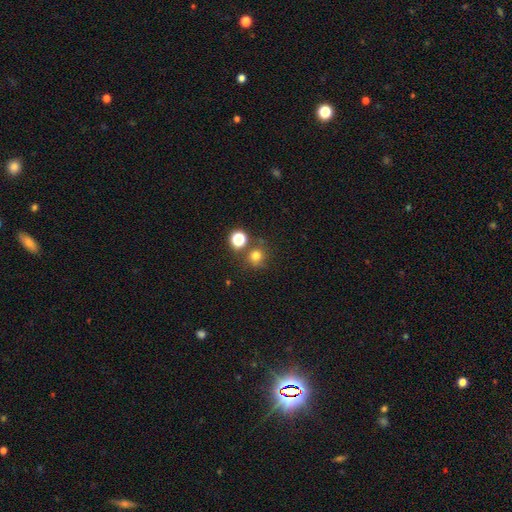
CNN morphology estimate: This is likely a smooth galaxy (73%). How rounded: clearly round (89%). Merging: likely none (72%).